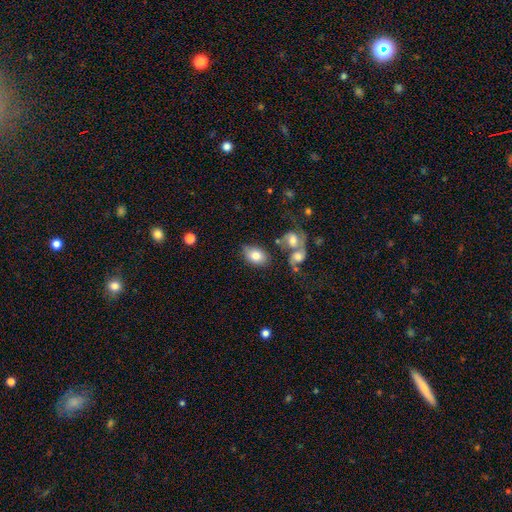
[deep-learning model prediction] smooth_or_featured: smooth (p=0.76) [alt: featured or disk p=0.17]
how_rounded: in between (p=0.84) [alt: round p=0.15]
merging: none (p=0.65) [alt: merger p=0.15]